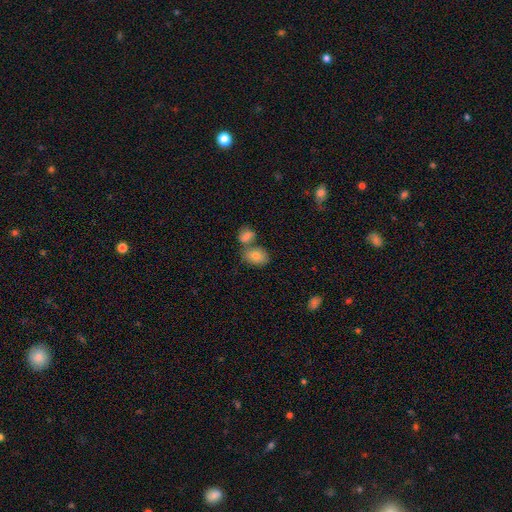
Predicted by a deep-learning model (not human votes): Smooth or featured? smooth (80%)
How rounded? in between (81%)
Merging? none (50%)